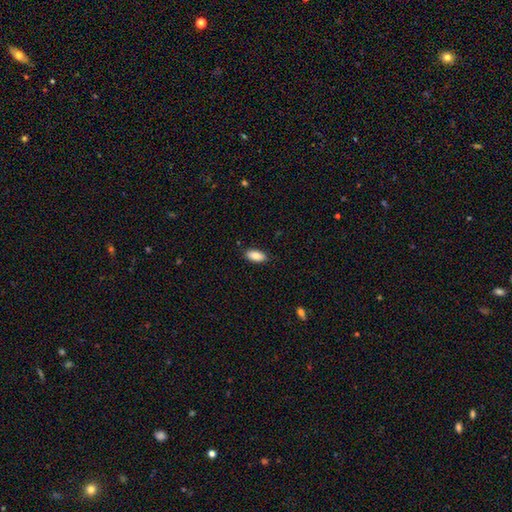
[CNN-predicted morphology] This appears to be a smooth galaxy with no disk features (87%) that is in between round and cigar-shaped (90%). Merging: none (87%).